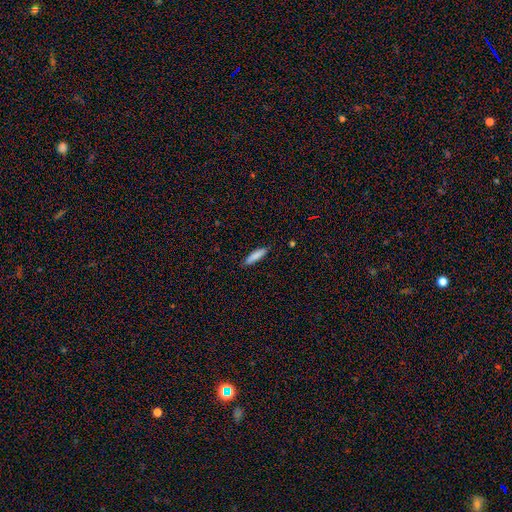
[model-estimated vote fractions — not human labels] smooth 85%, featured or disk 9%, star or artifact 6%. Down the decision tree: how rounded — cigar-shaped (77%); merging — none (87%).